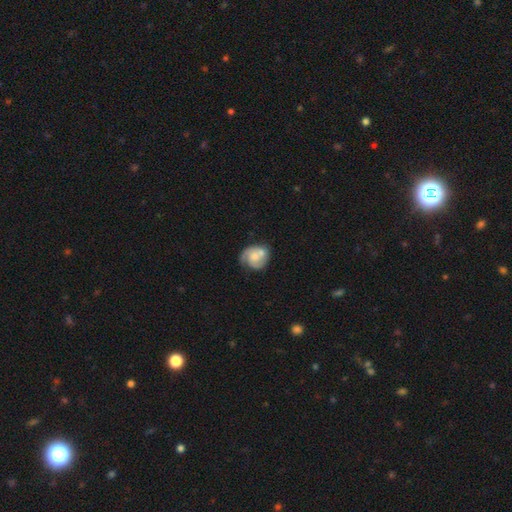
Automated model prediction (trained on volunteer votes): smooth_or_featured: featured or disk (p=0.57) [alt: smooth p=0.36]
disk_edge_on: no (p=0.98) [alt: yes p=0.02]
bar: no (p=0.73) [alt: weak p=0.23]
has_spiral_arms: yes (p=0.80) [alt: no p=0.20]
bulge_size: moderate (p=0.38) [alt: small p=0.31]
merging: none (p=0.44) [alt: minor disturbance p=0.23]